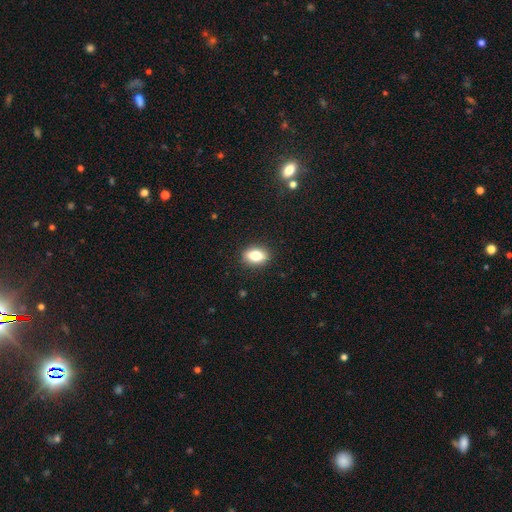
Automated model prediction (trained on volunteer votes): The model was most divided on "how rounded": in between: 81%, round: 17%, cigar-shaped: 3%. More confident: merging — none (89%); smooth or featured — smooth (81%).